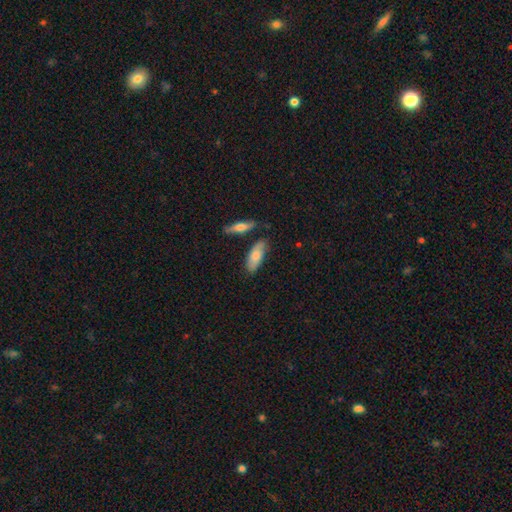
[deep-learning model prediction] The model was most divided on "how rounded": in between: 72%, cigar-shaped: 26%, round: 2%. More confident: smooth or featured — smooth (72%); merging — none (71%).